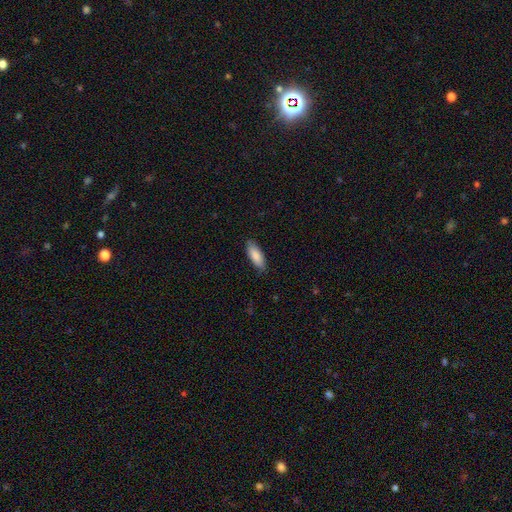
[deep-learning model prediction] Smooth or featured? smooth (86%)
How rounded? in between (65%)
Merging? none (86%)